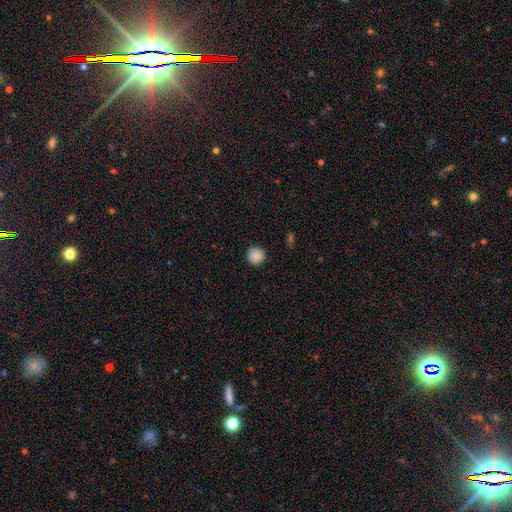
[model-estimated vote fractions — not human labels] Smooth or featured: smooth — 89% (star or artifact — 9%)
How rounded: round — 95% (in between — 4%)
Merging: none — 92% (minor disturbance — 5%)